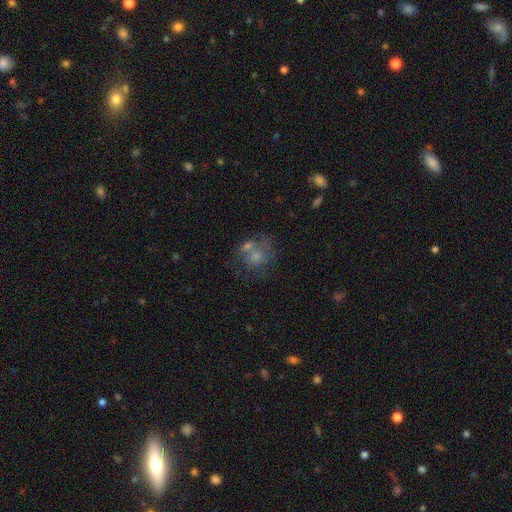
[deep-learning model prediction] This is possibly a featured or disk galaxy (46%). Merging: marginally none (44%).